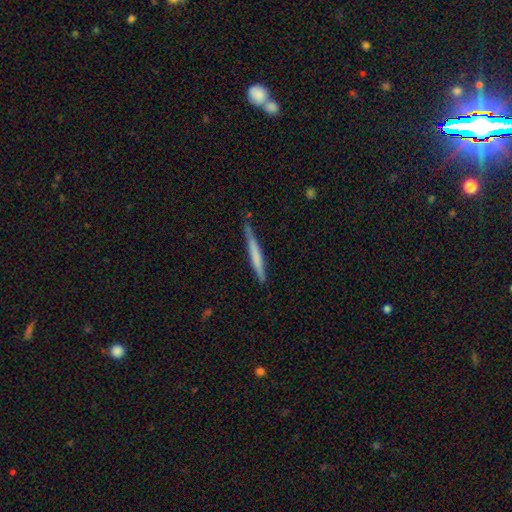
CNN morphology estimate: type=smooth (56%); roundness=cigar-shaped (97%); merging=none (80%).